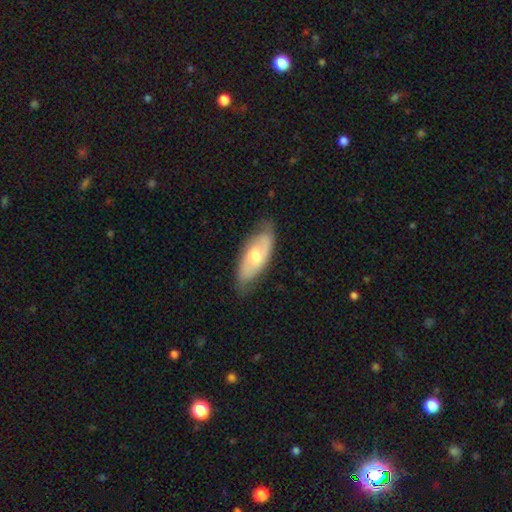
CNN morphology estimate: smooth-or-featured: featured or disk: 50% | smooth: 44% | star or artifact: 5%
  disk-edge-on: no: 82% | yes: 18%
  merging: none: 73% | minor disturbance: 22% | major disturbance: 5% | merger: 1%